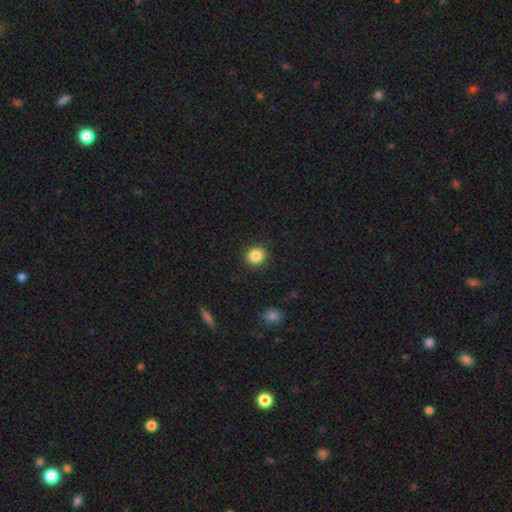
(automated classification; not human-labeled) Overall: smooth (85%). How rounded: round (87%). Merging: none (91%).